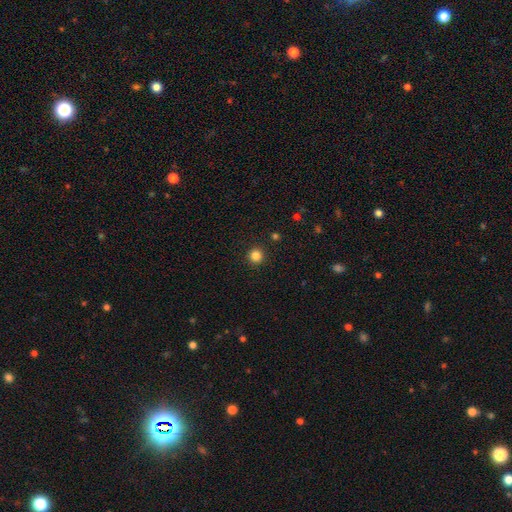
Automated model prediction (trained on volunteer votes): smooth_or_featured: smooth (p=0.84) [alt: star or artifact p=0.13]
how_rounded: round (p=0.95) [alt: in between p=0.04]
merging: none (p=0.93) [alt: minor disturbance p=0.04]